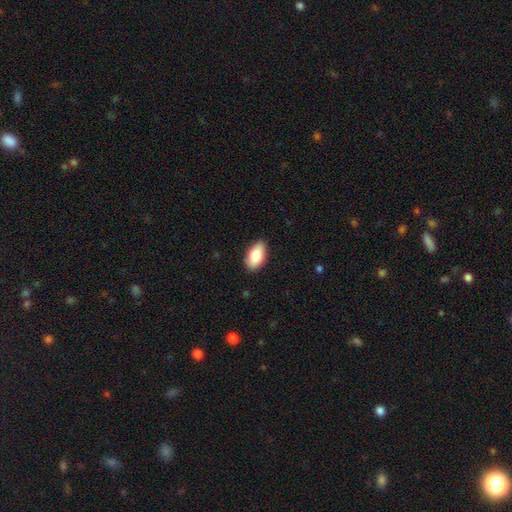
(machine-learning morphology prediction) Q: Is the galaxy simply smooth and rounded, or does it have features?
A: smooth — 81%.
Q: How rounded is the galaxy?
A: in between — 93%.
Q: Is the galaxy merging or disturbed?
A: none — 85%.